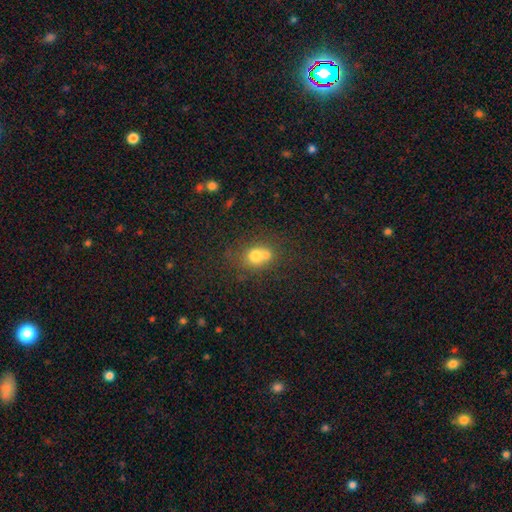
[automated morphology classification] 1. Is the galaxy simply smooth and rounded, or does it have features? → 69% smooth, 18% featured or disk, 14% star or artifact.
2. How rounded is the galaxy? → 64% round, 34% in between, 1% cigar-shaped.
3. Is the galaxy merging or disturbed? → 53% merger, 33% none, 9% minor disturbance, 5% major disturbance.